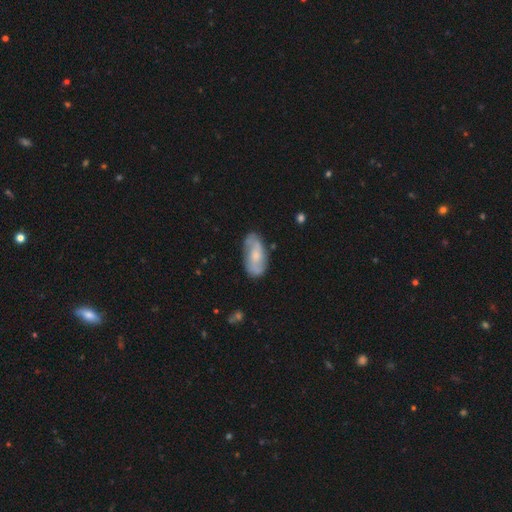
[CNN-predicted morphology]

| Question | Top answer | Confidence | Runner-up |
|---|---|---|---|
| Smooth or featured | featured or disk | 59% | smooth (35%) |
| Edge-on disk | no | 93% | yes (7%) |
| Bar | no | 55% | weak (37%) |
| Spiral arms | yes | 85% | no (15%) |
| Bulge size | moderate | 44% | small (42%) |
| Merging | none | 75% | minor disturbance (18%) |